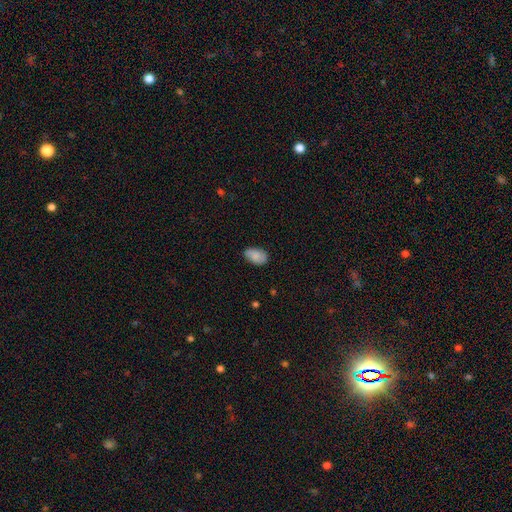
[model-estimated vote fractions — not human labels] smooth-or-featured: smooth: 77% | featured or disk: 15% | star or artifact: 7%
  how-rounded: in between: 90% | round: 9% | cigar-shaped: 1%
  merging: none: 73% | minor disturbance: 22% | major disturbance: 4% | merger: 1%